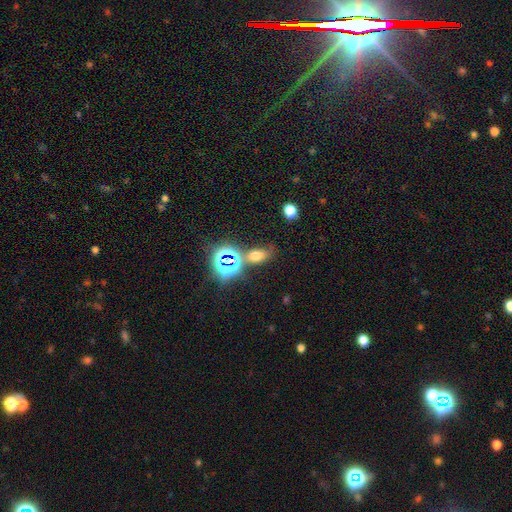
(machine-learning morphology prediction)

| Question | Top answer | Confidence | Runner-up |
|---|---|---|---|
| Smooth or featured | smooth | 56% | star or artifact (33%) |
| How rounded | in between | 80% | round (16%) |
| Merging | none | 62% | minor disturbance (15%) |